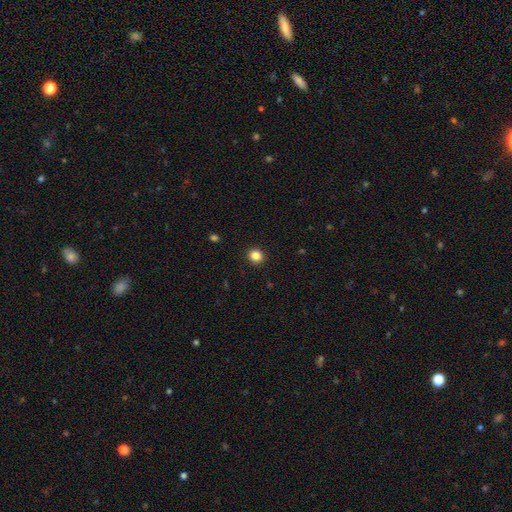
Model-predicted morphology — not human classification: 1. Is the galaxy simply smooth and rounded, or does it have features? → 85% smooth, 11% star or artifact, 4% featured or disk.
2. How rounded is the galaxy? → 84% round, 15% in between, 1% cigar-shaped.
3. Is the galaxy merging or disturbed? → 92% none, 5% minor disturbance, 2% major disturbance, 1% merger.